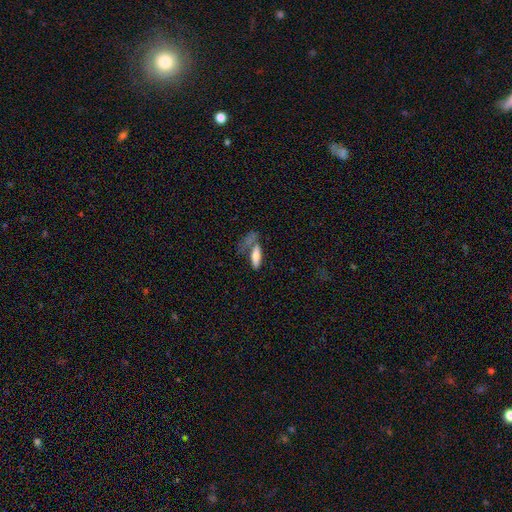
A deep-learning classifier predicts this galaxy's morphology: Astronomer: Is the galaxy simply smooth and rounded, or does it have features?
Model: smooth — 71%.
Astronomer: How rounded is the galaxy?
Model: cigar-shaped — 50% (runner-up: in between, 48%).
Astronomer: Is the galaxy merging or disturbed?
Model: none — 46%.